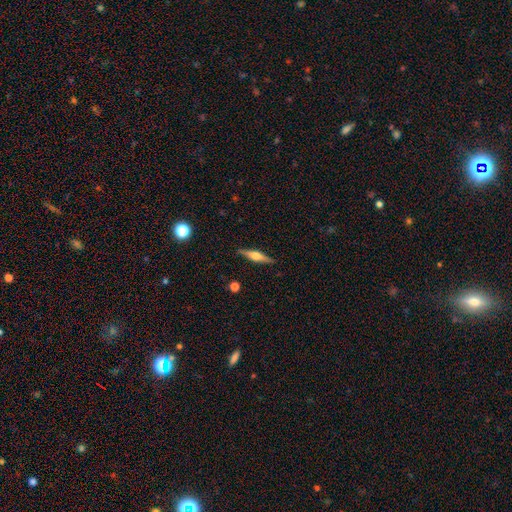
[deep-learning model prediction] This appears to be a featured or disk galaxy (70%) viewed edge-on (97%) with a rounded central bulge (90%). Merging: none (90%).